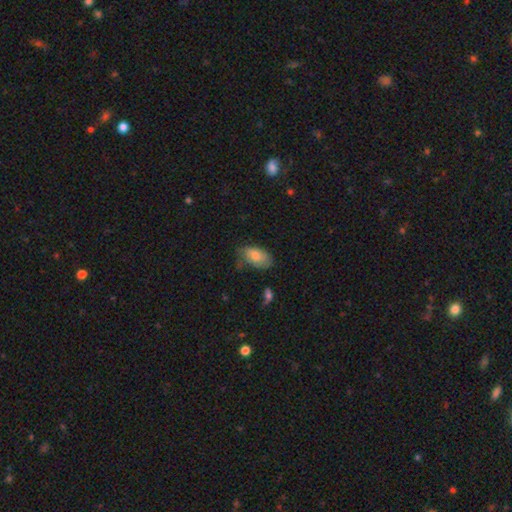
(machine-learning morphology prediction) A smooth galaxy with no disk features (68%) that is in between round and cigar-shaped (93%). Merging: none (50%).